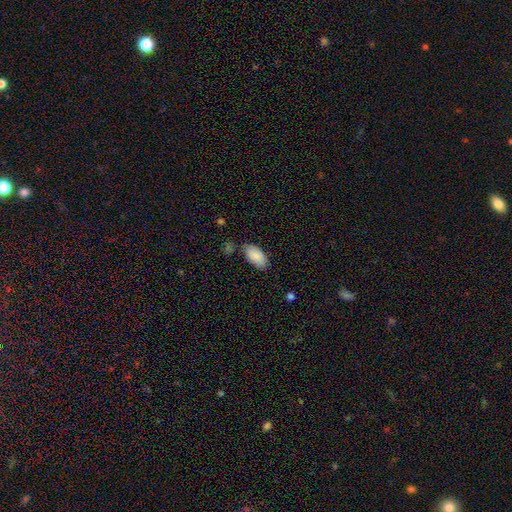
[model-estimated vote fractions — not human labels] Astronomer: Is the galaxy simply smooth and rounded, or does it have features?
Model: smooth — 89%.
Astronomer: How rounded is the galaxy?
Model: in between — 94%.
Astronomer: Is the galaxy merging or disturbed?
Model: none — 73%.